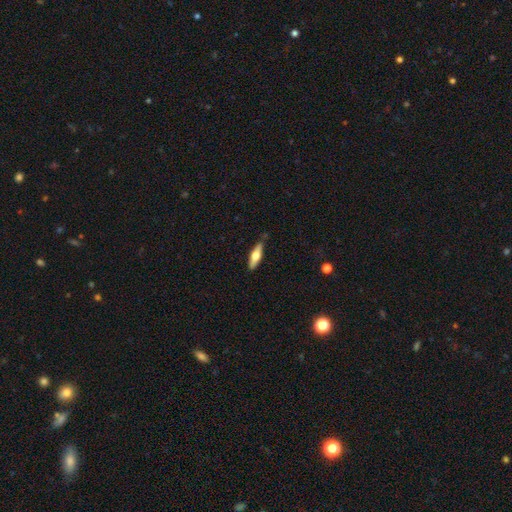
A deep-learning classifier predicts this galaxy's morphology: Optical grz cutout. It shows a smooth galaxy with no disk features (53%) that is cigar-shaped (61%). Merging: none (81%).